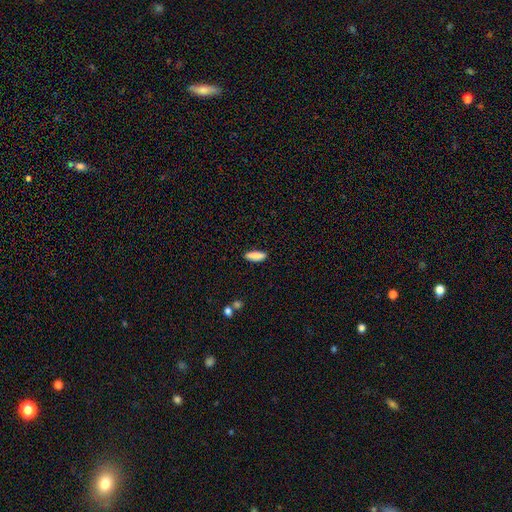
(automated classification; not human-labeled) Smooth or featured: smooth — 87% (featured or disk — 7%)
How rounded: cigar-shaped — 50% (in between — 48%)
Merging: none — 87% (minor disturbance — 9%)